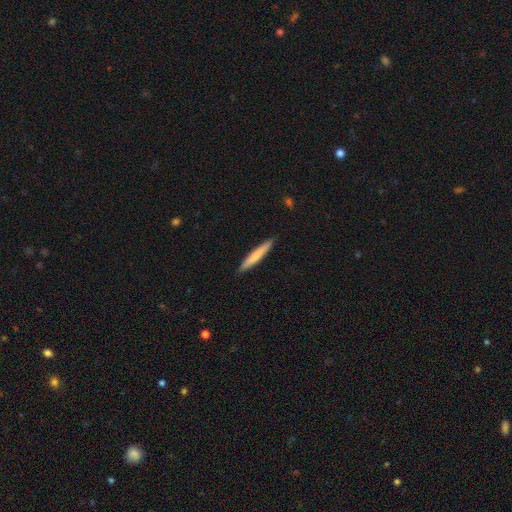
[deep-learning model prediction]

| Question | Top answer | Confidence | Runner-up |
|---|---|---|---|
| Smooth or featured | smooth | 69% | featured or disk (26%) |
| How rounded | cigar-shaped | 94% | in between (5%) |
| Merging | none | 90% | minor disturbance (7%) |